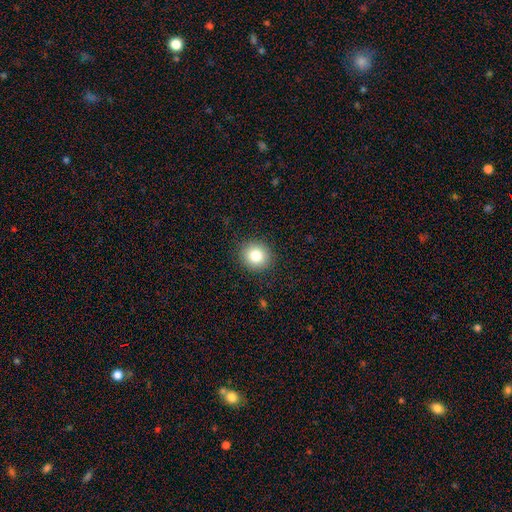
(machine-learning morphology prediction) smooth-or-featured: smooth: 81% | star or artifact: 11% | featured or disk: 8%
  how-rounded: round: 88% | in between: 11% | cigar-shaped: 1%
  merging: none: 91% | minor disturbance: 6% | major disturbance: 2% | merger: 1%